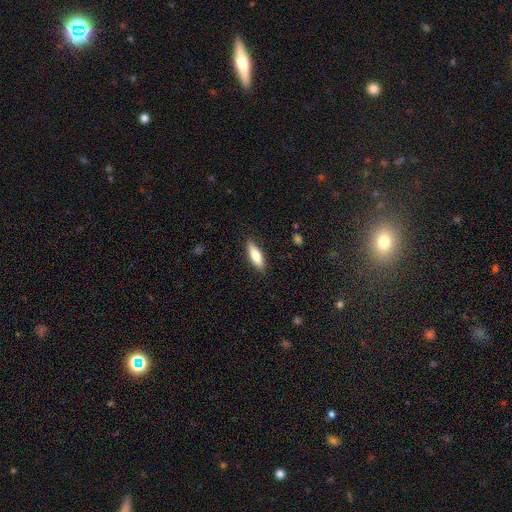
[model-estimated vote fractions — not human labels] This is likely a smooth galaxy (72%). How rounded: possibly in between (52%). Merging: clearly none (87%).